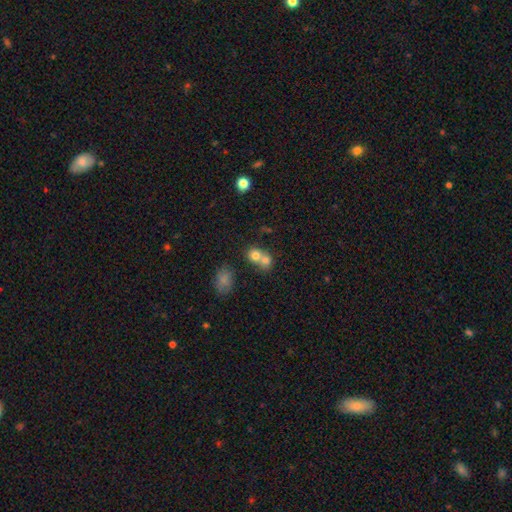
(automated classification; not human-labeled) This is likely a smooth galaxy (74%). How rounded: likely round (69%). Merging: likely merger (65%).